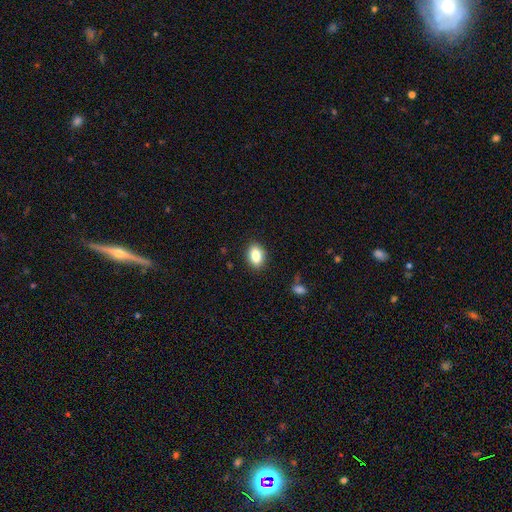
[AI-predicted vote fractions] smooth-or-featured: smooth: 83% | star or artifact: 9% | featured or disk: 8%
  how-rounded: in between: 78% | round: 21% | cigar-shaped: 1%
  merging: none: 88% | minor disturbance: 9% | major disturbance: 2% | merger: 1%